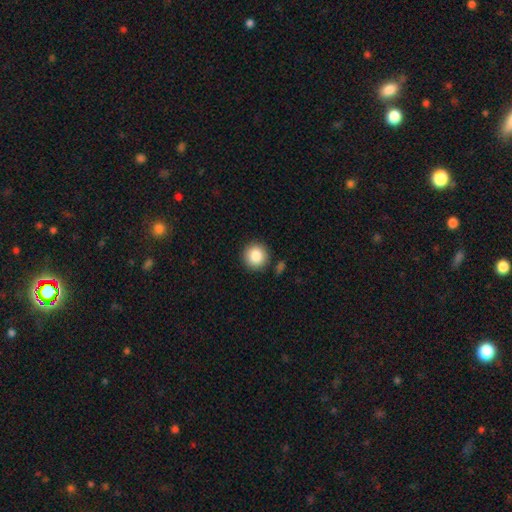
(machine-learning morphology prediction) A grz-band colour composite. It shows a smooth galaxy with no disk features (85%) that is round (94%). Merging: none (88%).